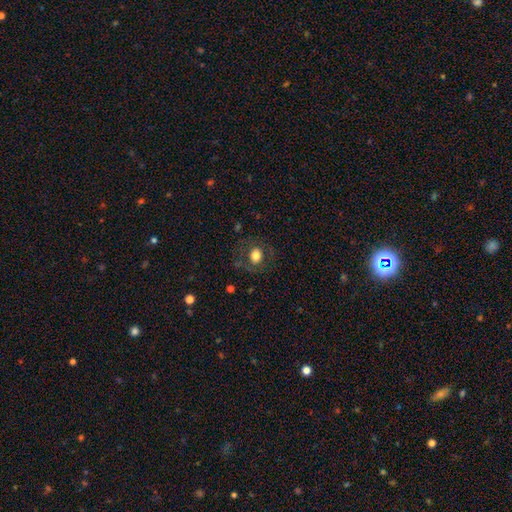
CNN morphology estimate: This appears to be a smooth galaxy with no disk features (71%) that is round (70%). Merging: none (78%).